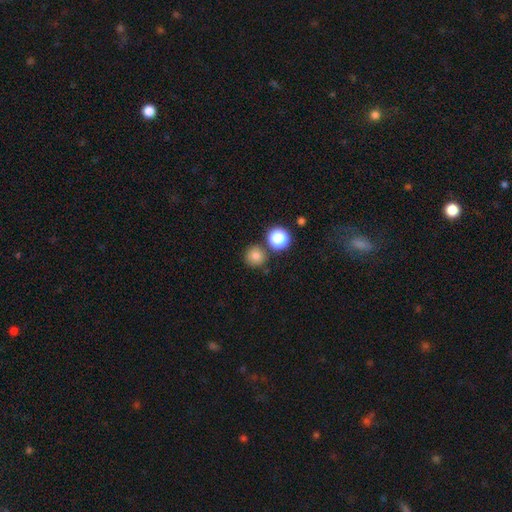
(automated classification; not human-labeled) Morphology: type=smooth (77%); roundness=round (94%); merging=none (81%).